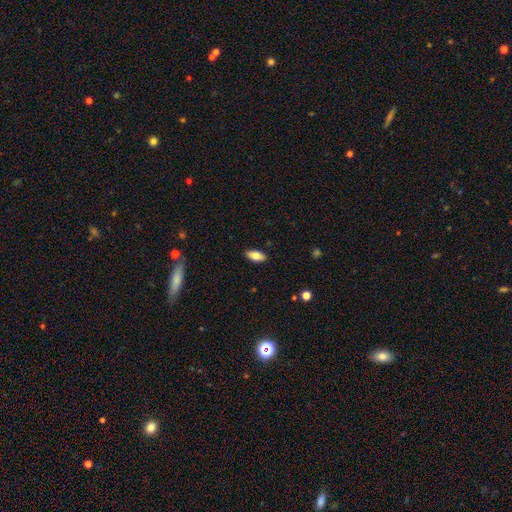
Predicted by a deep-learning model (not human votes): smooth 79%, featured or disk 14%, star or artifact 7%. Down the decision tree: how rounded — in between (88%); merging — none (88%).